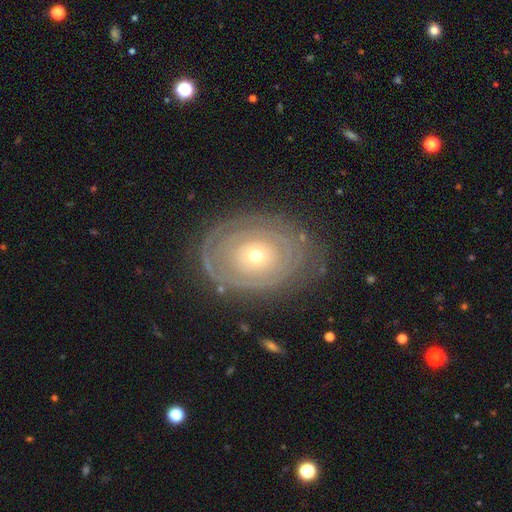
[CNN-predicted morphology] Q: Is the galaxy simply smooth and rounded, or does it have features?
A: featured or disk — 73%.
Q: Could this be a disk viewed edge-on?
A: no — 95%.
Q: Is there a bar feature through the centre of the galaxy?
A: no — 90%.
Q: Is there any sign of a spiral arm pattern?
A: yes — 56%.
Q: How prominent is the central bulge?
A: small — 63%.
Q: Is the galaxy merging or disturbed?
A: none — 78%.